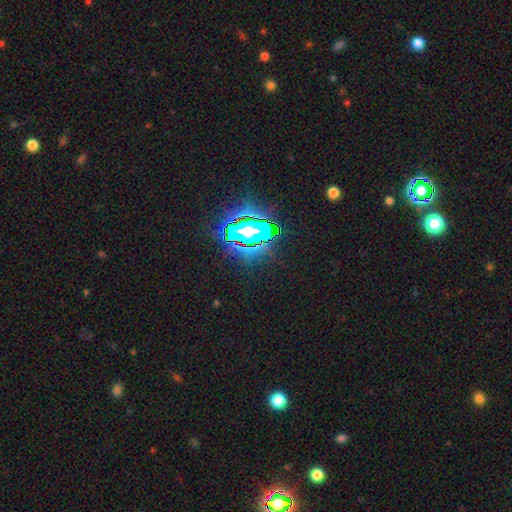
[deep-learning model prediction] Smooth or featured: star or artifact — 83% (smooth — 10%)